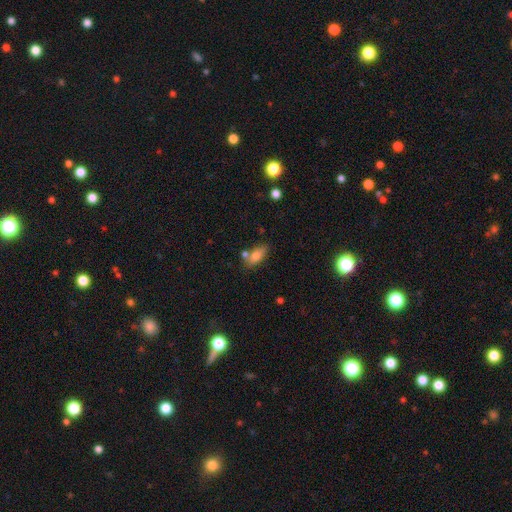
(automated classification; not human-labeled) Smooth or featured?
  - smooth: 79% *
  - featured or disk: 13%
  - star or artifact: 8%
How rounded?
  - in between: 84% *
  - cigar-shaped: 12%
  - round: 4%
Merging?
  - none: 65% *
  - merger: 16%
  - minor disturbance: 15%
  - major disturbance: 4%